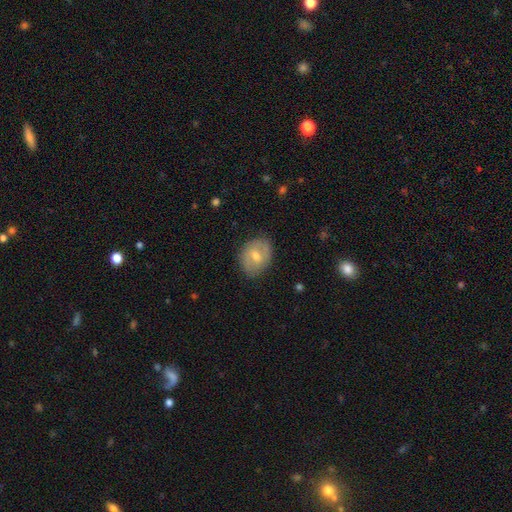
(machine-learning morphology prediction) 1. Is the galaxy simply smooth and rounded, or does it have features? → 49% smooth, 43% featured or disk, 8% star or artifact.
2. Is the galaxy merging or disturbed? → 81% none, 14% minor disturbance, 3% major disturbance, 1% merger.